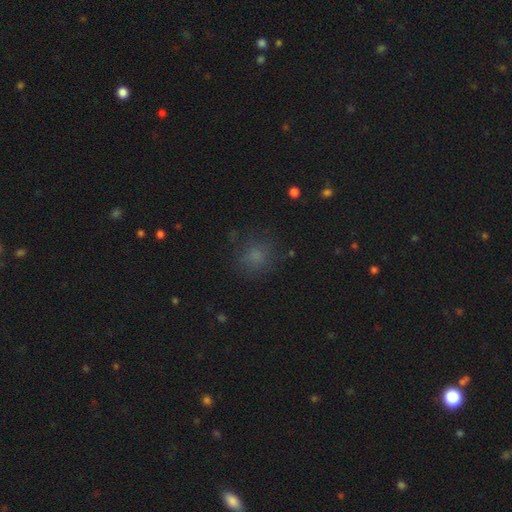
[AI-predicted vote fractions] Smooth or featured?
  - smooth: 75% *
  - star or artifact: 17%
  - featured or disk: 8%
How rounded?
  - round: 84% *
  - in between: 15%
  - cigar-shaped: 1%
Merging?
  - none: 79% *
  - minor disturbance: 13%
  - major disturbance: 6%
  - merger: 1%